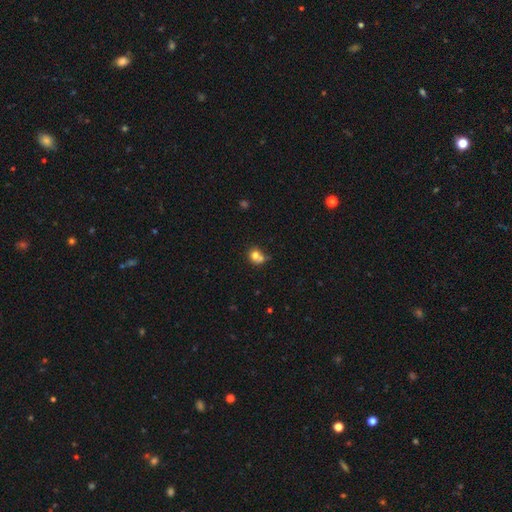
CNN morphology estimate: smooth 74%, featured or disk 14%, star or artifact 12%. Down the decision tree: how rounded — round (76%); merging — merger (43%).